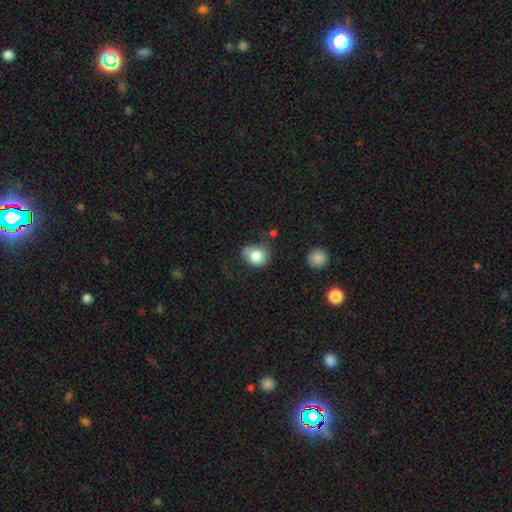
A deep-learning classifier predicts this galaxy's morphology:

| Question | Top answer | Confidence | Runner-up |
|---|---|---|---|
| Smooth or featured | smooth | 82% | star or artifact (9%) |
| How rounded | round | 70% | in between (29%) |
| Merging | none | 49% | minor disturbance (32%) |